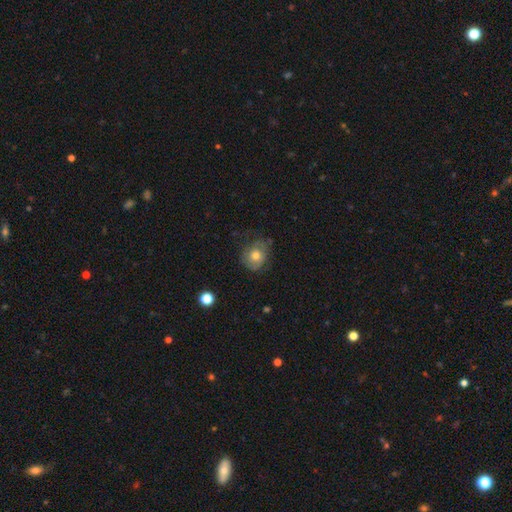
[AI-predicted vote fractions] smooth 63%, featured or disk 28%, star or artifact 9%. Down the decision tree: how rounded — round (68%); merging — none (60%).